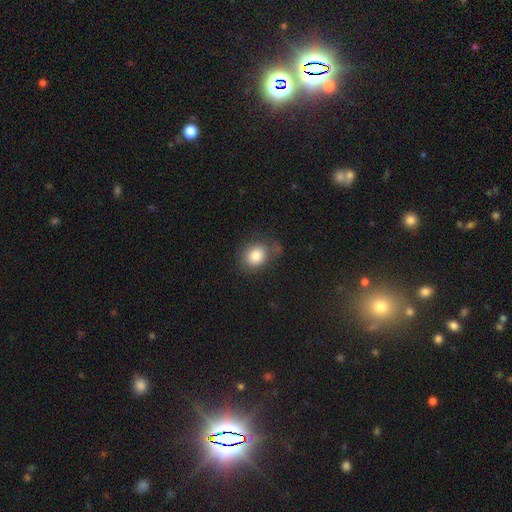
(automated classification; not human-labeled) Q: Smooth or featured?
A: smooth (83%); runner-up: star or artifact (9%)
Q: How rounded?
A: round (62%); runner-up: in between (38%)
Q: Merging?
A: none (69%); runner-up: minor disturbance (20%)